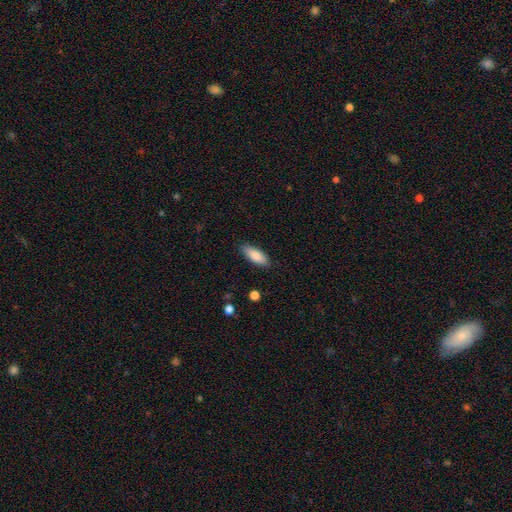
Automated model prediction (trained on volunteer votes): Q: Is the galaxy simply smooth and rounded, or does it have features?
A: smooth — 85%.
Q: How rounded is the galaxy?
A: in between — 71%.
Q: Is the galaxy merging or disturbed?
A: none — 87%.